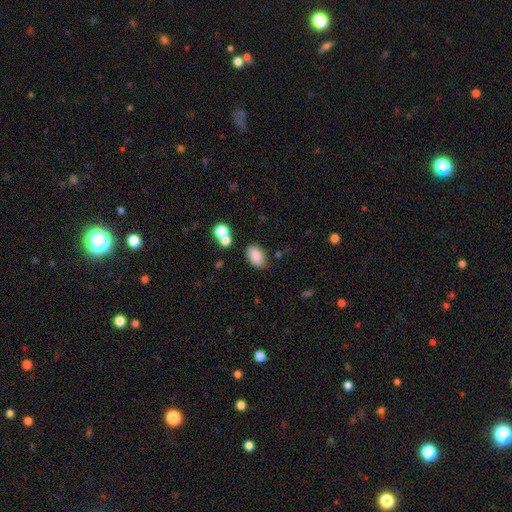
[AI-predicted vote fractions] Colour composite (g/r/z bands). It shows a smooth galaxy with no disk features (85%) that is in between round and cigar-shaped (90%). Merging: none (74%).